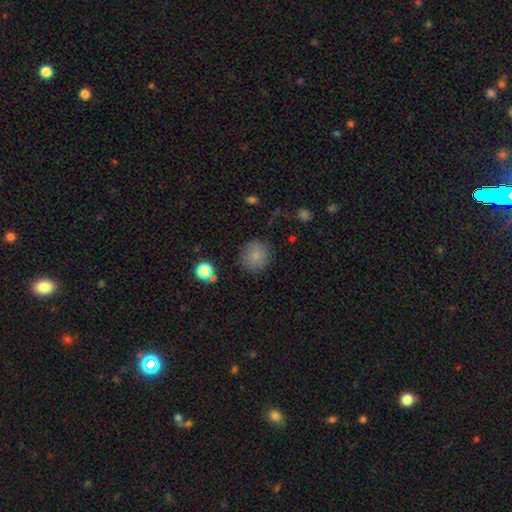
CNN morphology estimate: type=smooth (81%); roundness=round (91%); merging=none (86%).